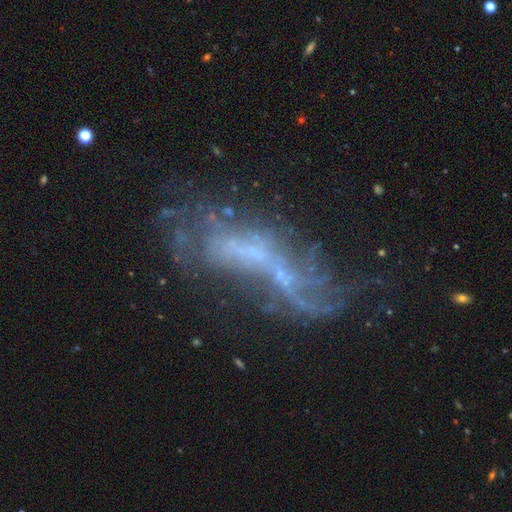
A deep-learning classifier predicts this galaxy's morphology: This is likely a featured or disk galaxy (67%). It is clearly not viewed edge-on (85%). Bar: possibly no (60%). Spiral arm pattern: likely no (61%). Central bulge: possibly none (51%). Merging: marginally major disturbance (35%).